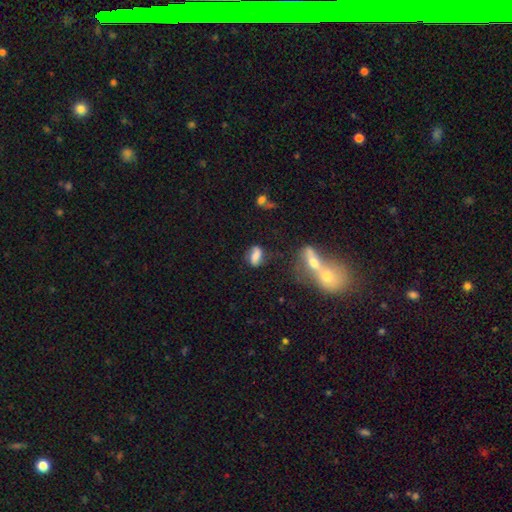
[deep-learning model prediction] This is likely a smooth galaxy (66%). How rounded: clearly in between (81%). Merging: likely none (61%).